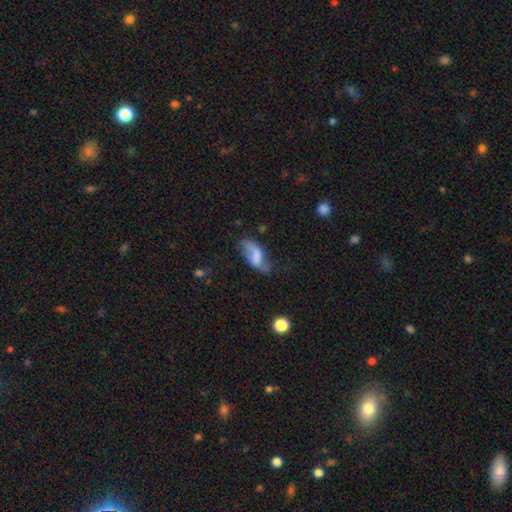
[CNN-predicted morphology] Smooth or featured: smooth — 52% (featured or disk — 38%)
How rounded: in between — 87% (cigar-shaped — 9%)
Merging: none — 37% (minor disturbance — 30%)